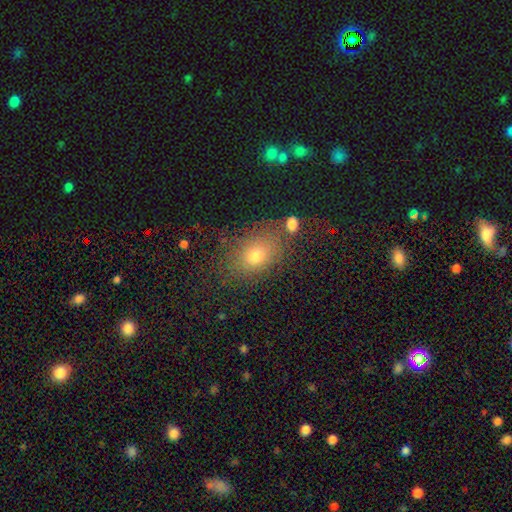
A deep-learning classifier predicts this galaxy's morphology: Smooth or featured? smooth (73%)
How rounded? in between (75%)
Merging? none (75%)